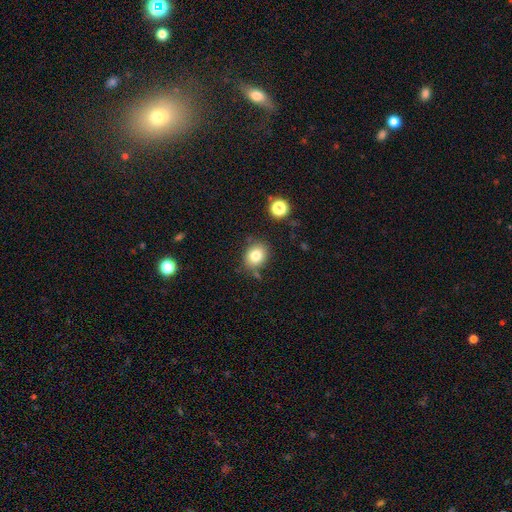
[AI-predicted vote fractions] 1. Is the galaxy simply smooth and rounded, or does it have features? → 81% smooth, 11% star or artifact, 8% featured or disk.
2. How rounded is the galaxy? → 58% round, 42% in between, 1% cigar-shaped.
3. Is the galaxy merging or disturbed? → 78% none, 14% minor disturbance, 5% merger, 4% major disturbance.